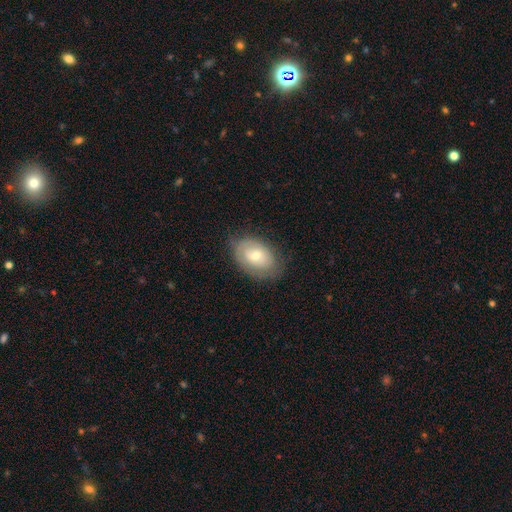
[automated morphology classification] The model was most divided on "smooth or featured": smooth: 54%, featured or disk: 39%, star or artifact: 7%. More confident: how rounded — in between (85%); merging — none (73%).